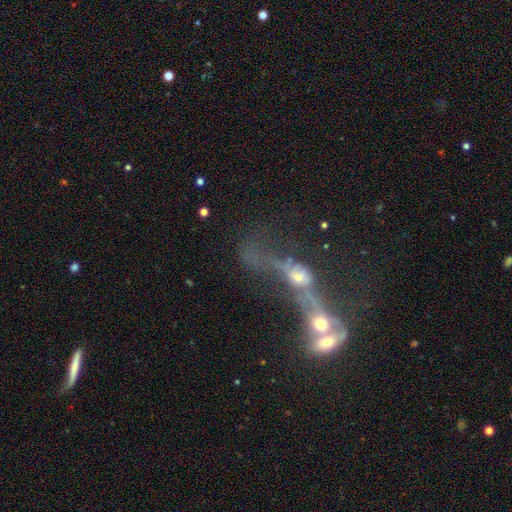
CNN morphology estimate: This appears to be a featured or disk galaxy (53%). Merging: merger (70%).